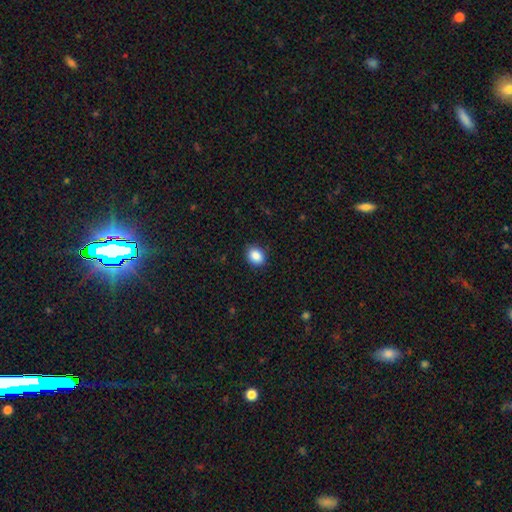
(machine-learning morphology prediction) smooth 88%, star or artifact 8%, featured or disk 4%. Down the decision tree: how rounded — in between (56%); merging — none (89%).